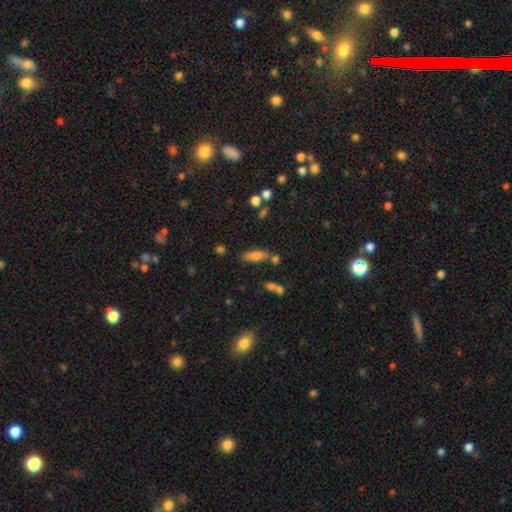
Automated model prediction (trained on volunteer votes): Q: Smooth or featured?
A: smooth (74%); runner-up: featured or disk (17%)
Q: How rounded?
A: in between (60%); runner-up: cigar-shaped (37%)
Q: Merging?
A: none (69%); runner-up: minor disturbance (14%)